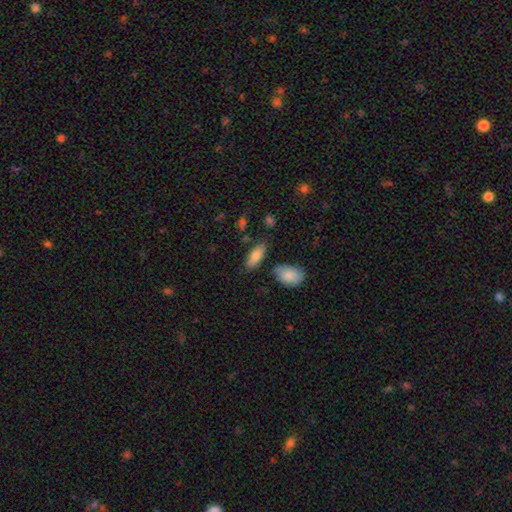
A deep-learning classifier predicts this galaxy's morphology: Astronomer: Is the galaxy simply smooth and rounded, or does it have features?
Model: smooth — 82%.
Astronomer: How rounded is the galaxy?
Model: in between — 83%.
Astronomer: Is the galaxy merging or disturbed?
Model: none — 75%.